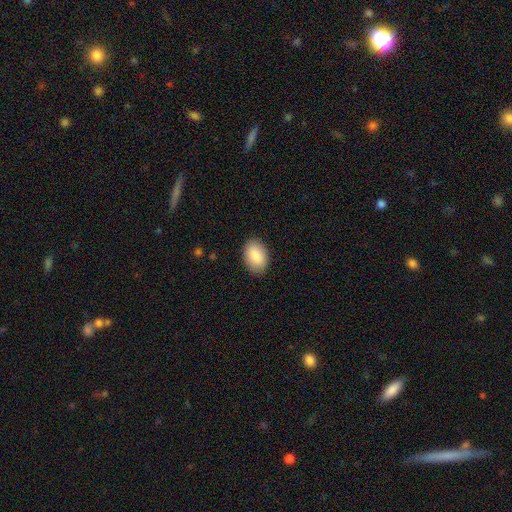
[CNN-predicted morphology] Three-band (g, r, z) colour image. It shows a smooth galaxy with no disk features (89%) that is in between round and cigar-shaped (90%). Merging: none (88%).